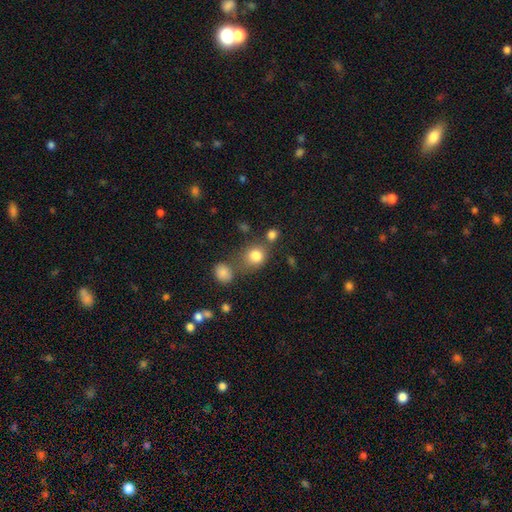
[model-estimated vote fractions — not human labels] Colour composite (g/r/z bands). It shows a smooth galaxy with no disk features (81%) that is round (72%). Merging: none (57%).